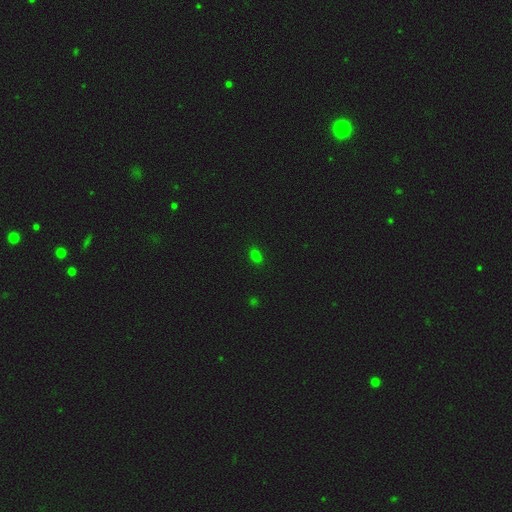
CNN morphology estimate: A smooth galaxy with no disk features (76%) that is in between round and cigar-shaped (82%).

Vote fractions:
- Smooth or featured? smooth: 76% / star or artifact: 19% / featured or disk: 5%
- How rounded? in between: 82% / round: 16% / cigar-shaped: 3%
- Merging? none: 88% / minor disturbance: 9% / major disturbance: 2% / merger: 1%